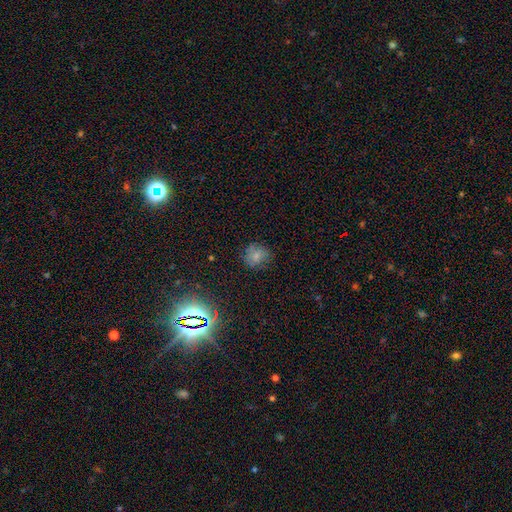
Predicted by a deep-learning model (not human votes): Q: Smooth or featured?
A: smooth (74%); runner-up: star or artifact (16%)
Q: How rounded?
A: round (75%); runner-up: in between (24%)
Q: Merging?
A: none (78%); runner-up: minor disturbance (16%)